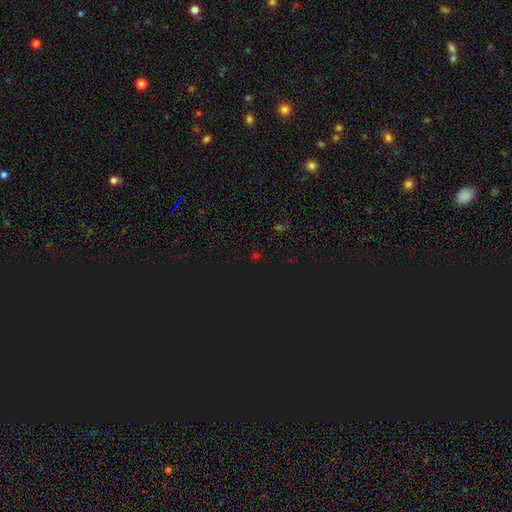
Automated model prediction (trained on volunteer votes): Smooth or featured? star or artifact (67%)